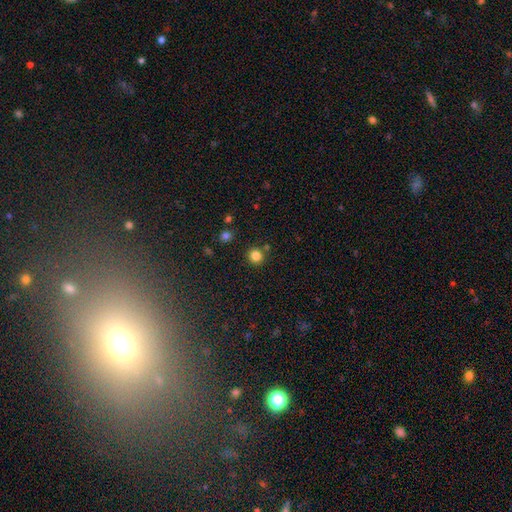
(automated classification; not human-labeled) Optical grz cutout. It shows a smooth galaxy with no disk features (83%) that is round (93%). Merging: none (86%).